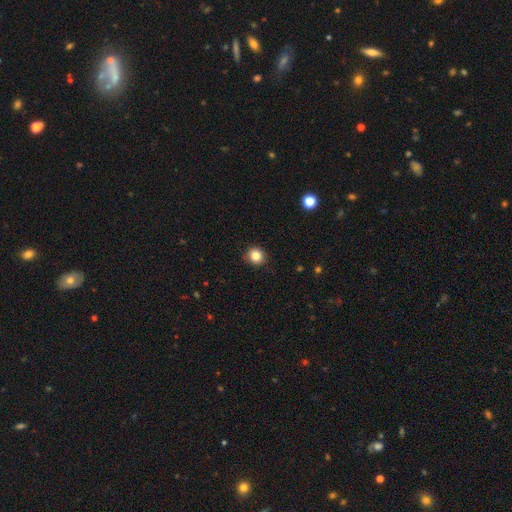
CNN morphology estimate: smooth-or-featured: smooth: 84% | star or artifact: 11% | featured or disk: 5%
  how-rounded: round: 90% | in between: 9% | cigar-shaped: 1%
  merging: none: 90% | minor disturbance: 7% | major disturbance: 2% | merger: 1%